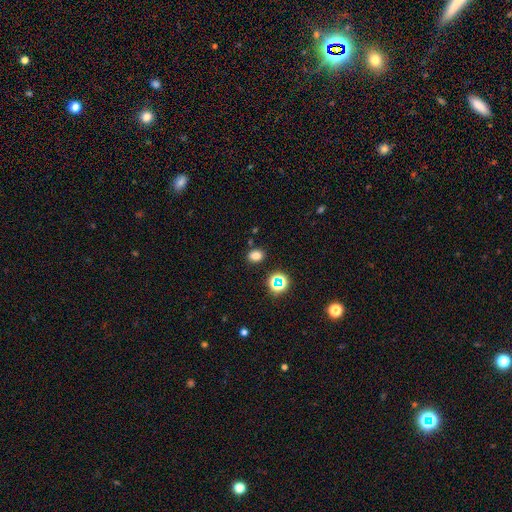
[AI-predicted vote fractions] Morphology: type=smooth (76%); roundness=in between (60%); merging=none (83%).